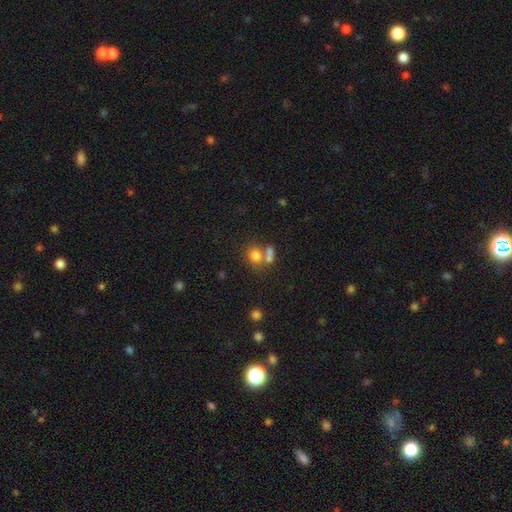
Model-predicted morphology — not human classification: A smooth galaxy with no disk features (76%) that is round (61%).

Vote fractions:
- Smooth or featured? smooth: 76% / star or artifact: 14% / featured or disk: 11%
- How rounded? round: 61% / in between: 37% / cigar-shaped: 1%
- Merging? none: 45% / merger: 39% / minor disturbance: 10% / major disturbance: 6%